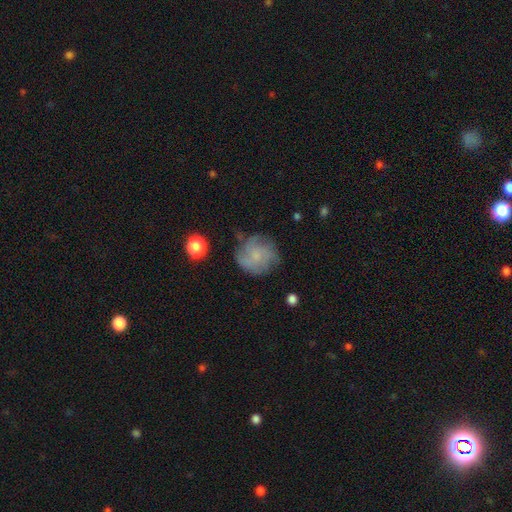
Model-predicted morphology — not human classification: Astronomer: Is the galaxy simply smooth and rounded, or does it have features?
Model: featured or disk — 51% (runner-up: smooth, 38%).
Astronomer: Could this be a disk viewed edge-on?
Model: no — 97%.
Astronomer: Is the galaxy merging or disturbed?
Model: none — 66%.